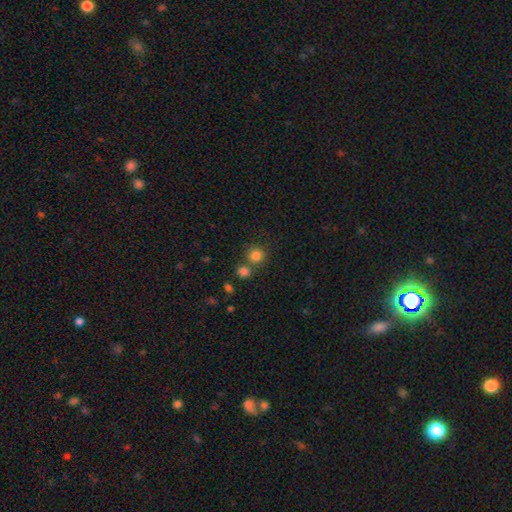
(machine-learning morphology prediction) smooth-or-featured: smooth: 82% | star or artifact: 13% | featured or disk: 6%
  how-rounded: round: 90% | in between: 9% | cigar-shaped: 1%
  merging: none: 67% | merger: 22% | minor disturbance: 8% | major disturbance: 3%